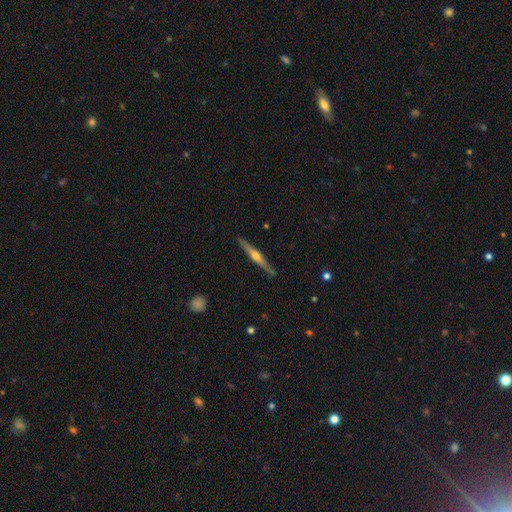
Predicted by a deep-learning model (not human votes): Q: Smooth or featured?
A: featured or disk (71%); runner-up: smooth (24%)
Q: Edge-on disk?
A: yes (98%); runner-up: no (2%)
Q: Edge-on bulge?
A: rounded (88%); runner-up: none (8%)
Q: Merging?
A: none (89%); runner-up: minor disturbance (8%)